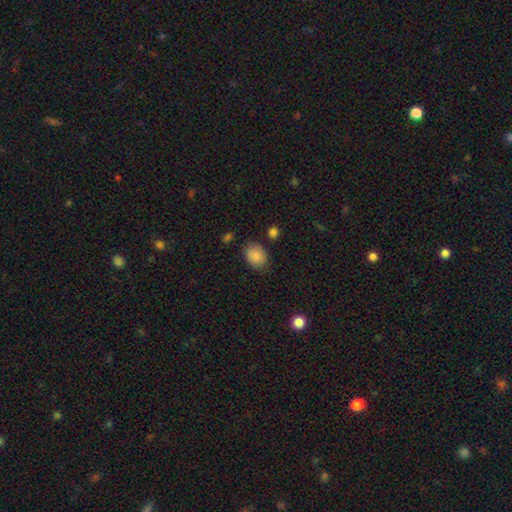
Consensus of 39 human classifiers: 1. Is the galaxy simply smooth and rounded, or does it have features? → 82% smooth, 10% featured or disk, 8% star or artifact.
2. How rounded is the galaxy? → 75% in between, 25% round, 0% cigar-shaped.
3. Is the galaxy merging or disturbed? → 89% none, 8% minor disturbance, 3% merger, 0% major disturbance.